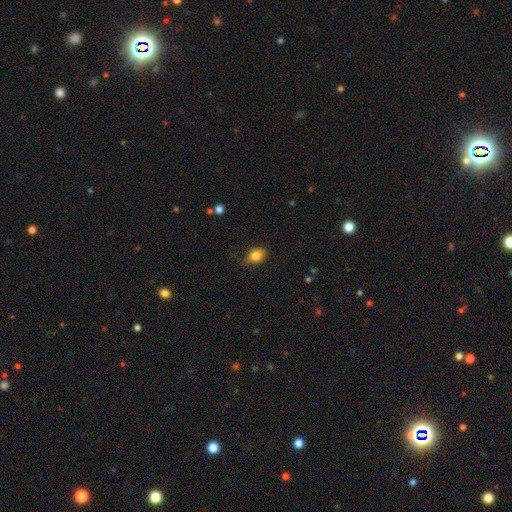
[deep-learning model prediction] The model was most divided on "how rounded": in between: 75%, round: 24%, cigar-shaped: 1%. More confident: smooth or featured — smooth (84%); merging — none (75%).